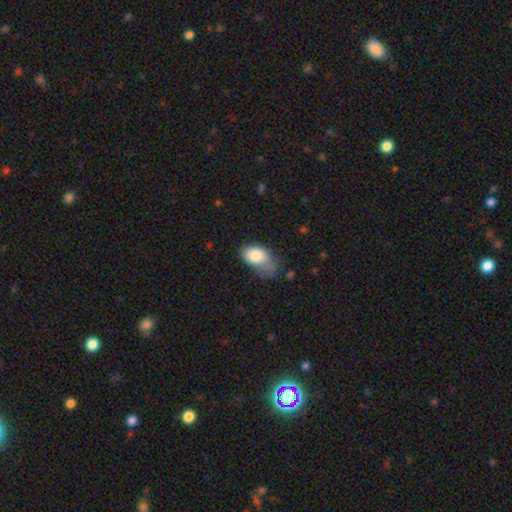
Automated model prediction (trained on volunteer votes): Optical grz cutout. It shows a smooth galaxy with no disk features (79%) that is in between round and cigar-shaped (88%). Merging: major disturbance (37%).